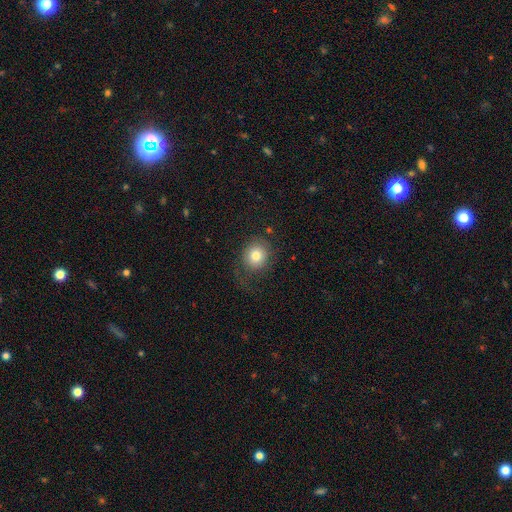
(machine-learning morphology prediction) This appears to be a smooth galaxy with no disk features (76%) that is round (77%). Merging: none (66%).